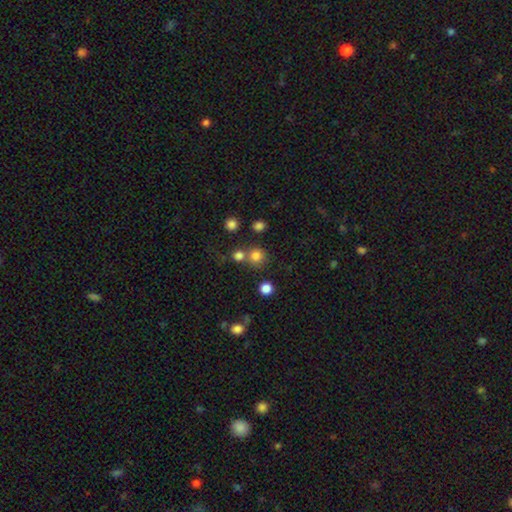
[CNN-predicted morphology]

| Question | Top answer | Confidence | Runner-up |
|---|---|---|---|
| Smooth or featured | smooth | 78% | star or artifact (16%) |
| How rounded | round | 91% | in between (8%) |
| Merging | none | 68% | merger (21%) |